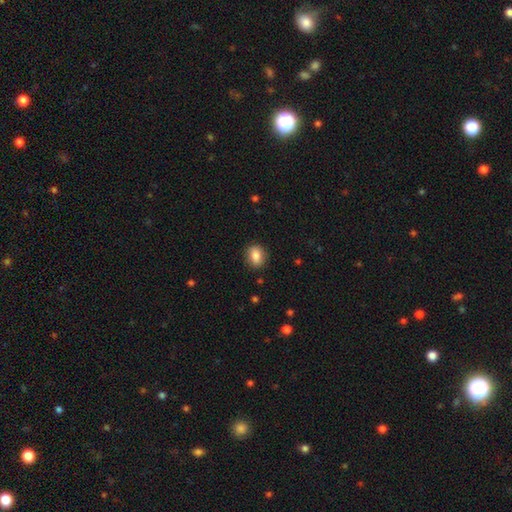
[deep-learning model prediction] Q: Smooth or featured?
A: smooth (83%); runner-up: featured or disk (9%)
Q: How rounded?
A: in between (50%); runner-up: round (48%)
Q: Merging?
A: none (87%); runner-up: minor disturbance (9%)